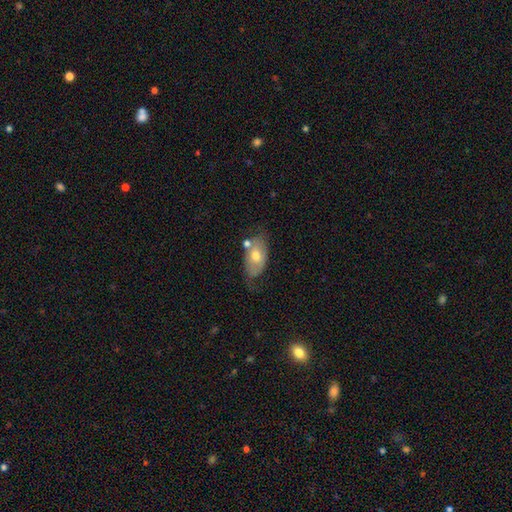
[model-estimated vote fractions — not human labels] Smooth or featured?
  - smooth: 59% *
  - featured or disk: 34%
  - star or artifact: 7%
How rounded?
  - in between: 91% *
  - round: 6%
  - cigar-shaped: 3%
Merging?
  - none: 49% *
  - minor disturbance: 26%
  - merger: 14%
  - major disturbance: 11%